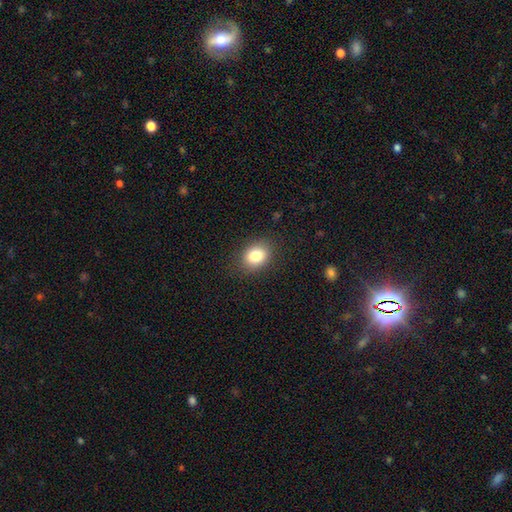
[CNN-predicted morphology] This is clearly a smooth galaxy (83%). How rounded: possibly in between (60%). Merging: clearly none (86%).